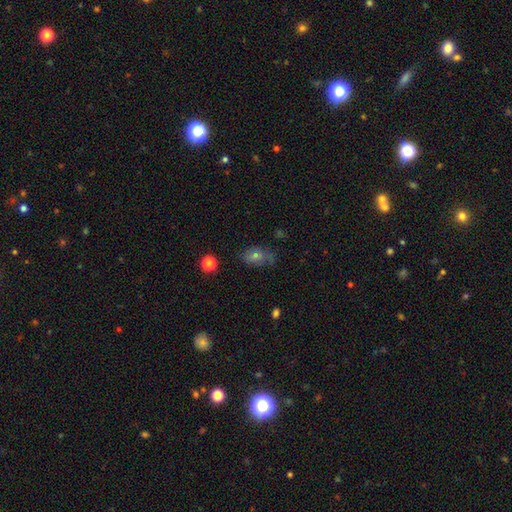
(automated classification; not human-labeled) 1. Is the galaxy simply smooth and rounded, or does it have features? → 49% smooth, 32% featured or disk, 19% star or artifact.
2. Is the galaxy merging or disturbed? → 59% none, 26% minor disturbance, 13% major disturbance, 3% merger.